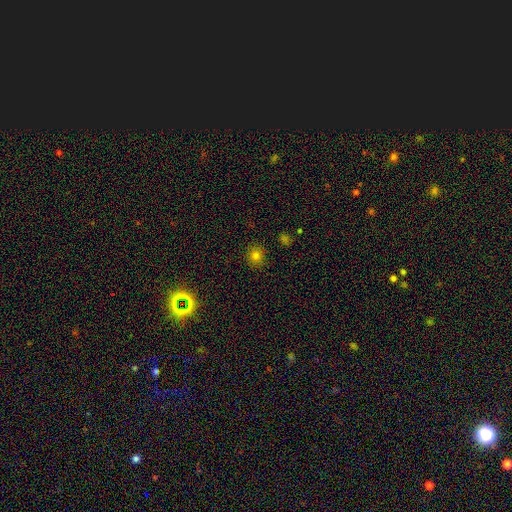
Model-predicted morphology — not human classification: This is likely a smooth galaxy (78%). How rounded: clearly round (85%). Merging: clearly none (89%).